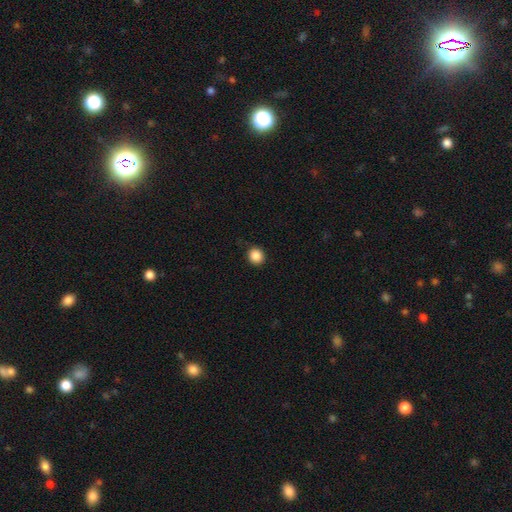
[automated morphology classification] This appears to be a smooth galaxy with no disk features (88%) that is round (87%). Merging: none (91%).